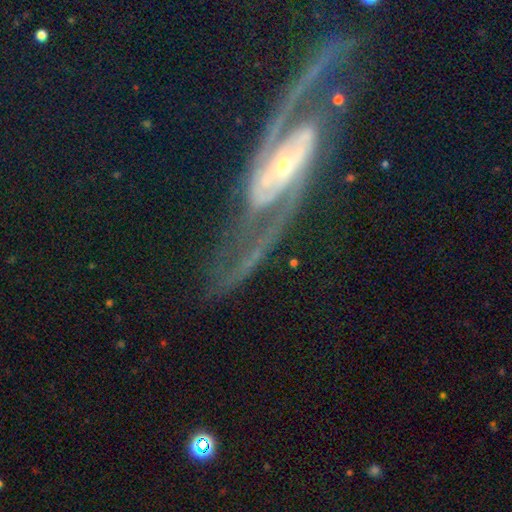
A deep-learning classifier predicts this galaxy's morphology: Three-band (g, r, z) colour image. It shows a featured or disk galaxy (88%) with a weak bar (34%), 2 (91%) medium (51%) spiral arms (97%) and a small central bulge (66%). Merging: none (74%).